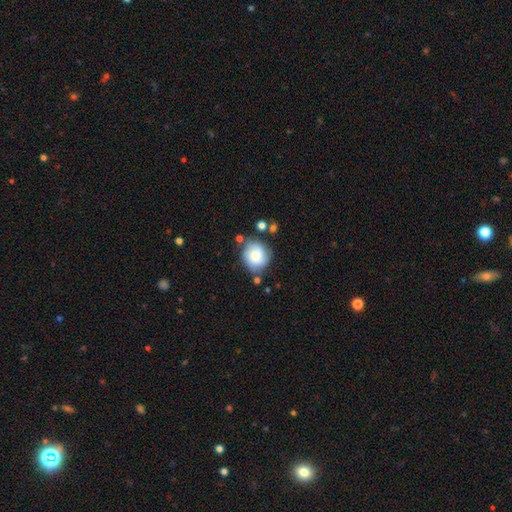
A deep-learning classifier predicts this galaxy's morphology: This appears to be a smooth galaxy with no disk features (65%) that is round (82%). Merging: none (68%).